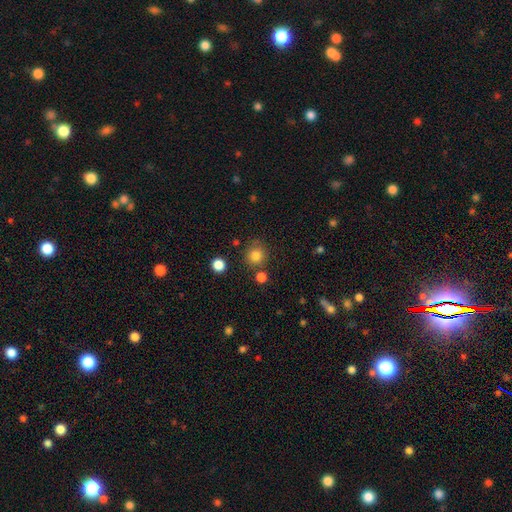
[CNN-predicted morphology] smooth-or-featured: smooth: 82% | star or artifact: 12% | featured or disk: 5%
  how-rounded: round: 91% | in between: 8% | cigar-shaped: 1%
  merging: none: 80% | minor disturbance: 10% | merger: 7% | major disturbance: 4%